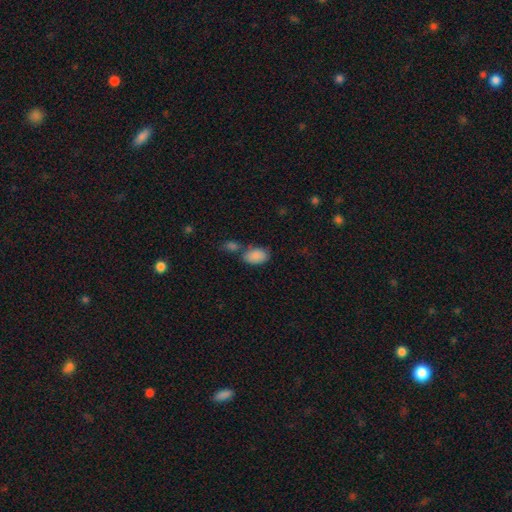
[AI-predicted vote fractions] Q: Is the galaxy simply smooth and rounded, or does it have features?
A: smooth — 87%.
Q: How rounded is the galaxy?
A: in between — 90%.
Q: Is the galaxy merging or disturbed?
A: none — 54%.